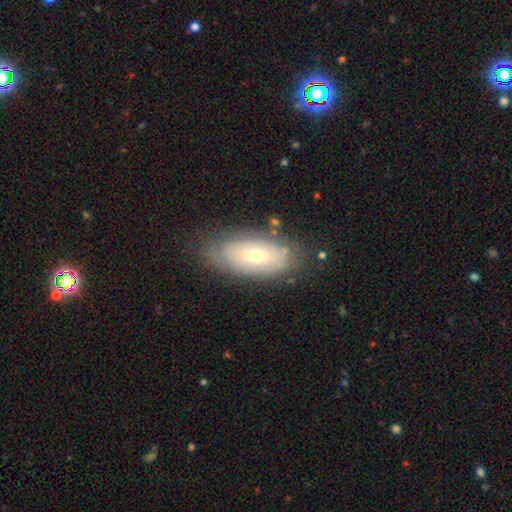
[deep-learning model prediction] smooth-or-featured: smooth: 52% | featured or disk: 40% | star or artifact: 8%
  how-rounded: in between: 90% | cigar-shaped: 5% | round: 5%
  merging: none: 72% | minor disturbance: 19% | major disturbance: 6% | merger: 2%